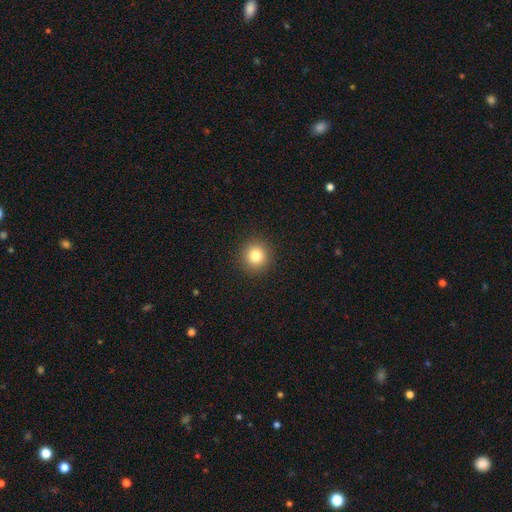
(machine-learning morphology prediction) This appears to be a smooth galaxy with no disk features (82%) that is round (93%). Merging: none (92%).